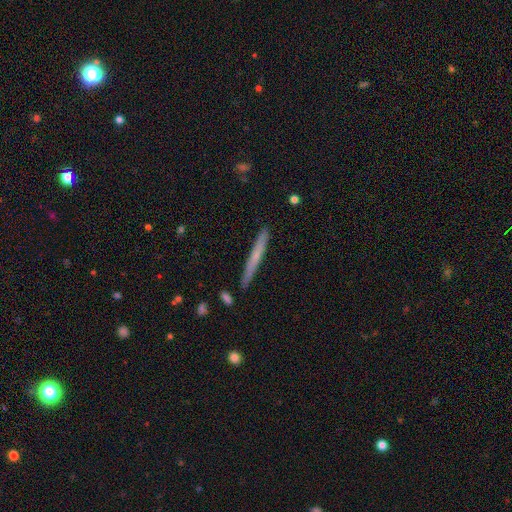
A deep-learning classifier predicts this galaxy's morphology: type=smooth (52%); roundness=cigar-shaped (97%); merging=none (88%).